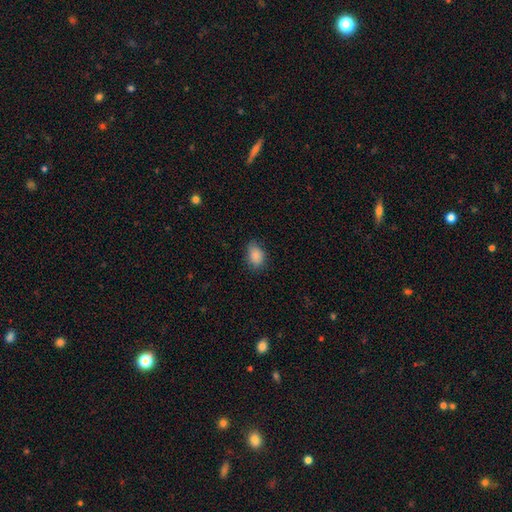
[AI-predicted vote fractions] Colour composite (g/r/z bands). It shows a smooth galaxy with no disk features (87%) that is in between round and cigar-shaped (79%). Merging: none (76%).